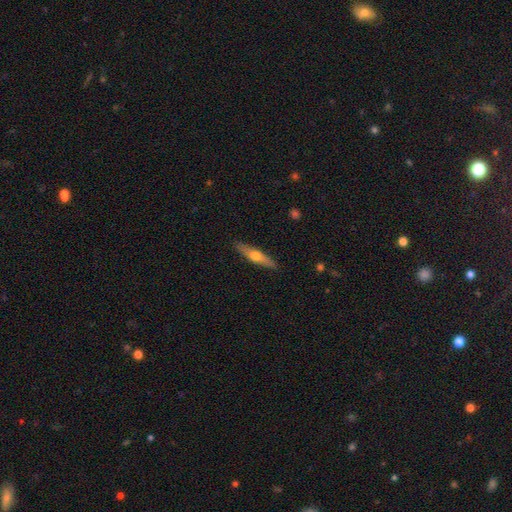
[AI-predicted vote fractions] Overall: featured or disk (50%; smooth 44%). Merging: none (89%).